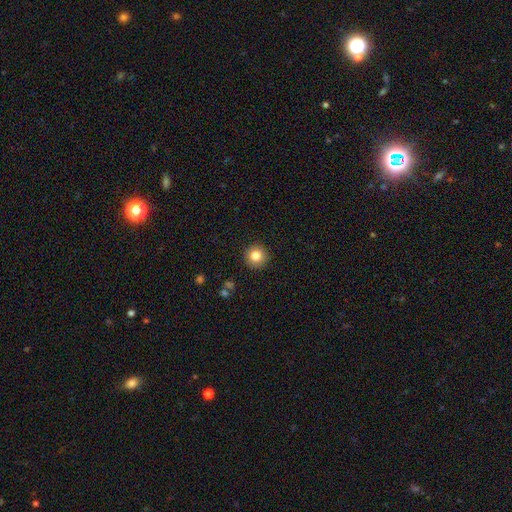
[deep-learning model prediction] Smooth or featured: smooth — 83% (star or artifact — 10%)
How rounded: round — 95% (in between — 4%)
Merging: none — 92% (minor disturbance — 5%)